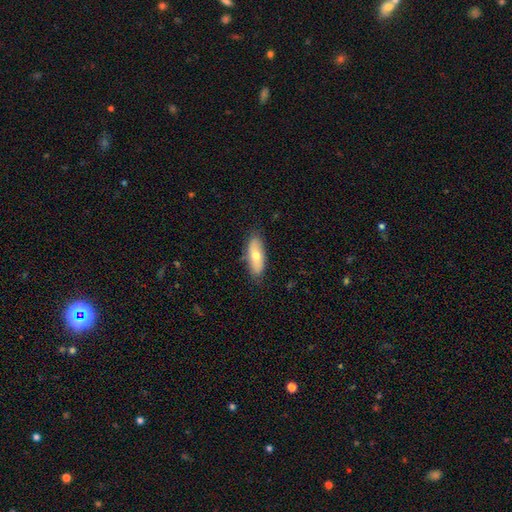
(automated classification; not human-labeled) smooth 65%, featured or disk 29%, star or artifact 6%. Down the decision tree: how rounded — in between (75%); merging — none (82%).